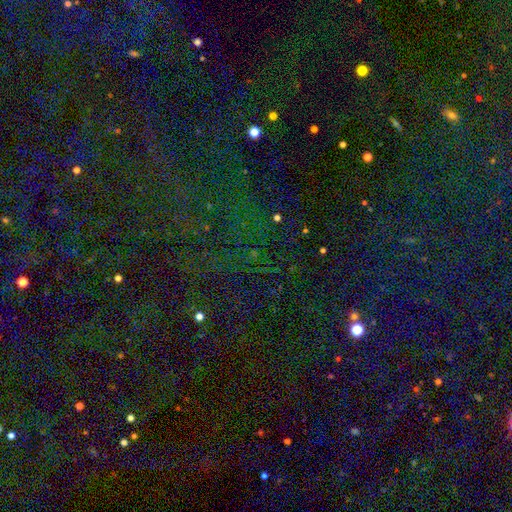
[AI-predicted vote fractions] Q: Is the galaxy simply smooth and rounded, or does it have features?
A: star or artifact — 81%.